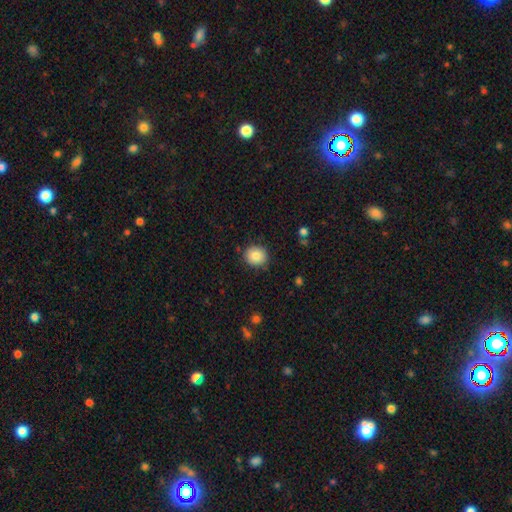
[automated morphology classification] Smooth or featured: smooth — 85% (star or artifact — 9%)
How rounded: round — 84% (in between — 15%)
Merging: none — 88% (minor disturbance — 9%)